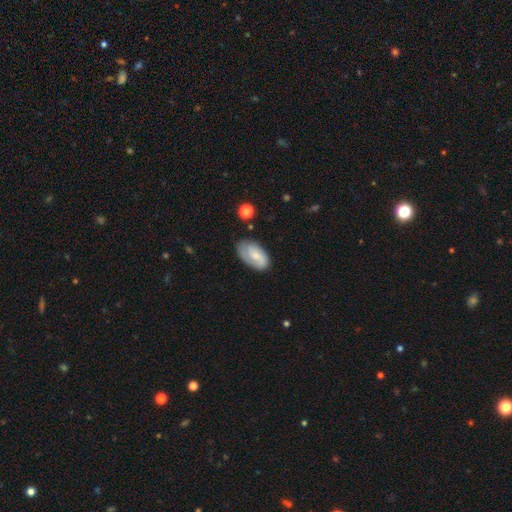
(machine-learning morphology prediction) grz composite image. It shows a smooth galaxy with no disk features (54%) that is in between round and cigar-shaped (93%). Merging: none (70%).